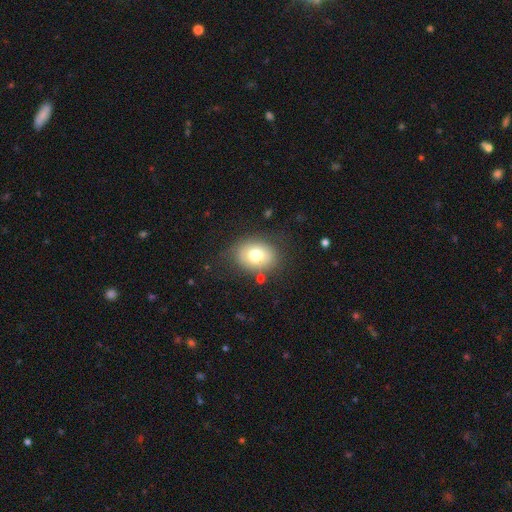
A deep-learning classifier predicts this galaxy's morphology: Smooth or featured?
  - smooth: 73% *
  - featured or disk: 18%
  - star or artifact: 9%
How rounded?
  - in between: 55% *
  - round: 45%
  - cigar-shaped: 1%
Merging?
  - none: 76% *
  - minor disturbance: 15%
  - major disturbance: 6%
  - merger: 3%